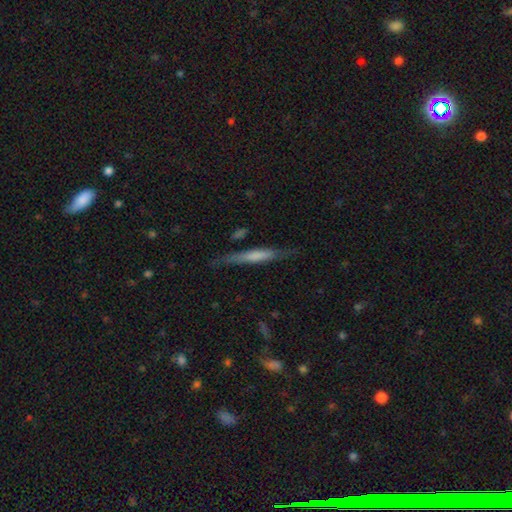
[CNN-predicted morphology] Smooth or featured? smooth (50%)
How rounded? cigar-shaped (92%)
Merging? none (76%)